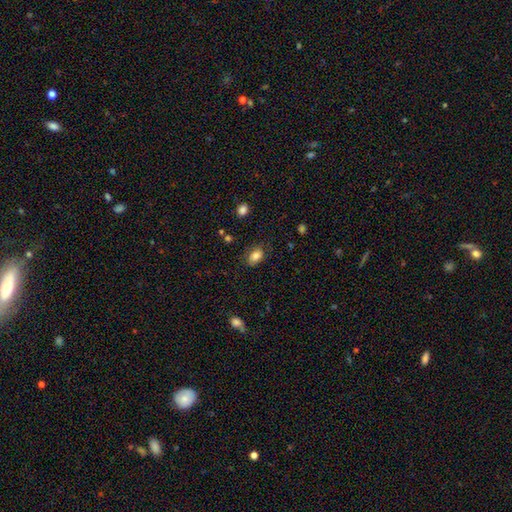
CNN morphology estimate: Smooth or featured: smooth — 83% (featured or disk — 9%)
How rounded: in between — 84% (round — 15%)
Merging: none — 80% (minor disturbance — 15%)